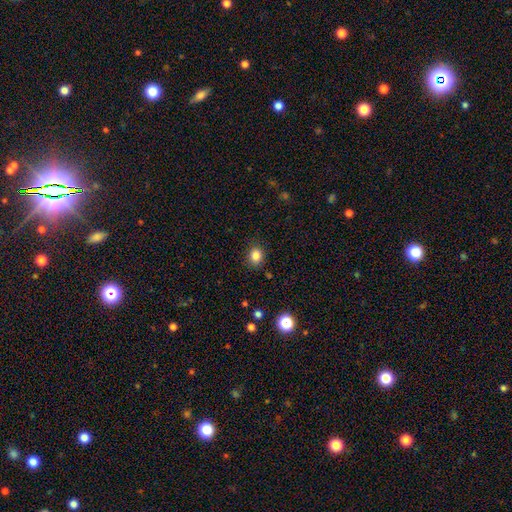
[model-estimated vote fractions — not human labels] Smooth or featured?
  - smooth: 85% *
  - star or artifact: 11%
  - featured or disk: 4%
How rounded?
  - round: 61% *
  - in between: 38%
  - cigar-shaped: 1%
Merging?
  - none: 85% *
  - minor disturbance: 10%
  - major disturbance: 3%
  - merger: 2%